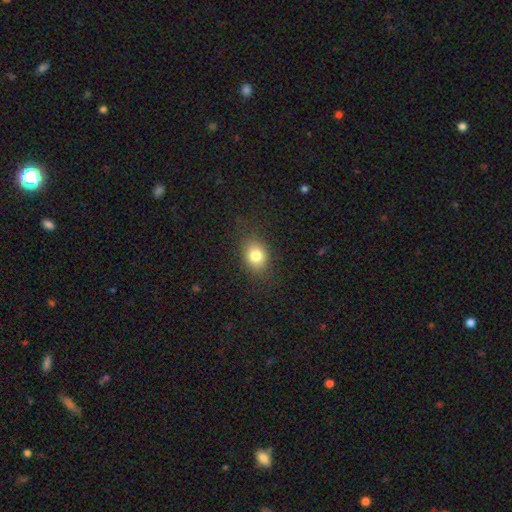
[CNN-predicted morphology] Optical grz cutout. It shows a smooth galaxy with no disk features (80%) that is in between round and cigar-shaped (52%). Merging: none (82%).